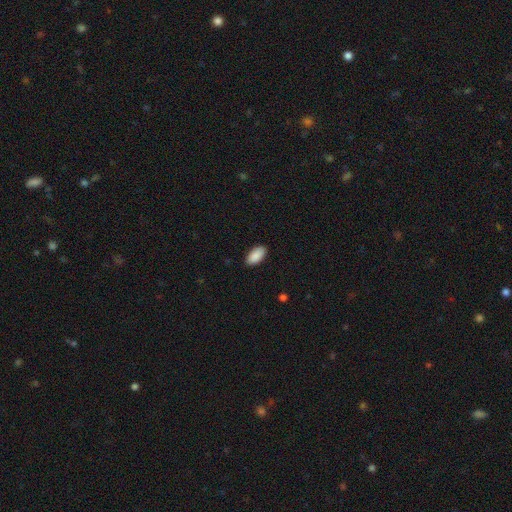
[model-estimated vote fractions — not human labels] This is clearly a smooth galaxy (90%). How rounded: clearly in between (94%). Merging: clearly none (89%).